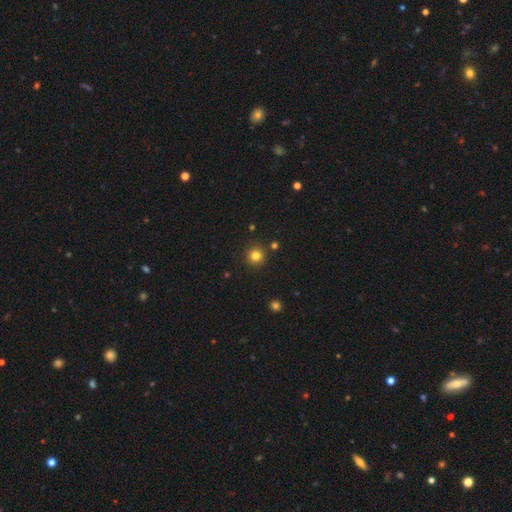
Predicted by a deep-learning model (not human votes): smooth_or_featured: smooth (p=0.81) [alt: star or artifact p=0.14]
how_rounded: round (p=0.94) [alt: in between p=0.05]
merging: none (p=0.88) [alt: minor disturbance p=0.06]